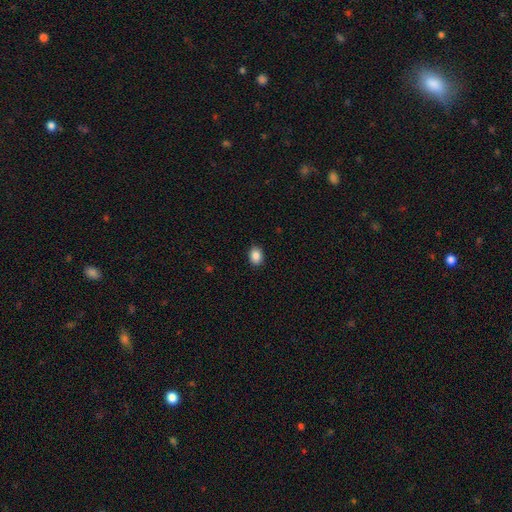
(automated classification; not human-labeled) smooth 88%, star or artifact 8%, featured or disk 4%. Down the decision tree: how rounded — in between (69%); merging — none (90%).